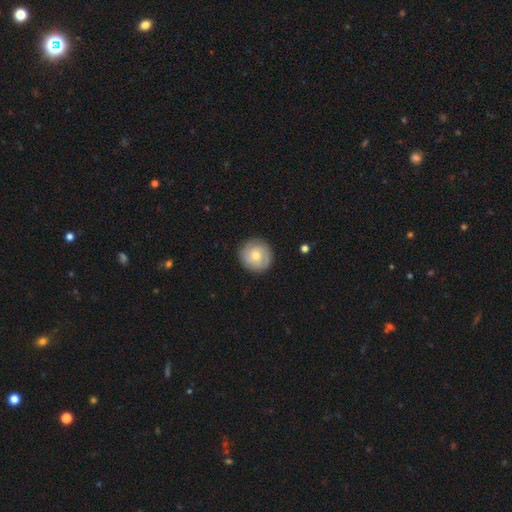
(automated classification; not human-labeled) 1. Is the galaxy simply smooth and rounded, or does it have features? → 57% smooth, 36% featured or disk, 7% star or artifact.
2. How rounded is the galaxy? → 94% round, 5% in between, 1% cigar-shaped.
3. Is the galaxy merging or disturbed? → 88% none, 9% minor disturbance, 2% major disturbance, 1% merger.